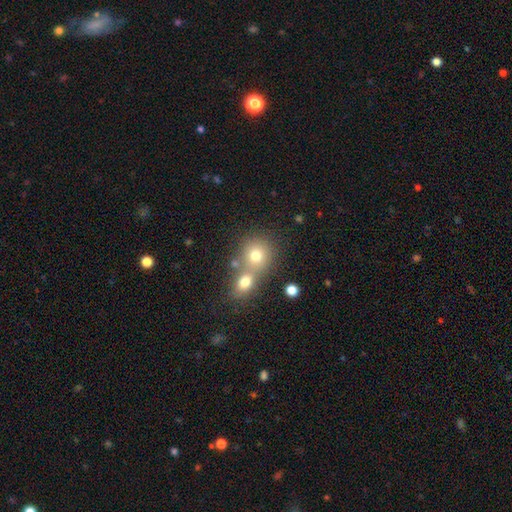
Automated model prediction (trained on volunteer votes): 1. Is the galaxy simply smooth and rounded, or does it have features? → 74% smooth, 14% star or artifact, 13% featured or disk.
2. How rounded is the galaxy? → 79% round, 20% in between, 1% cigar-shaped.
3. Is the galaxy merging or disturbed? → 46% merger, 44% none, 7% minor disturbance, 3% major disturbance.